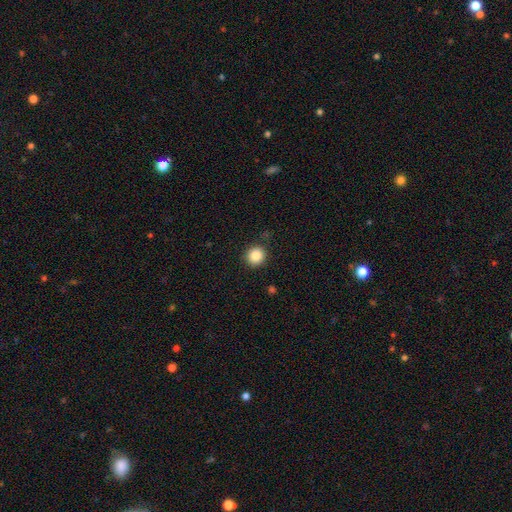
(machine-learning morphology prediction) Overall: smooth (85%). How rounded: round (92%). Merging: none (90%).